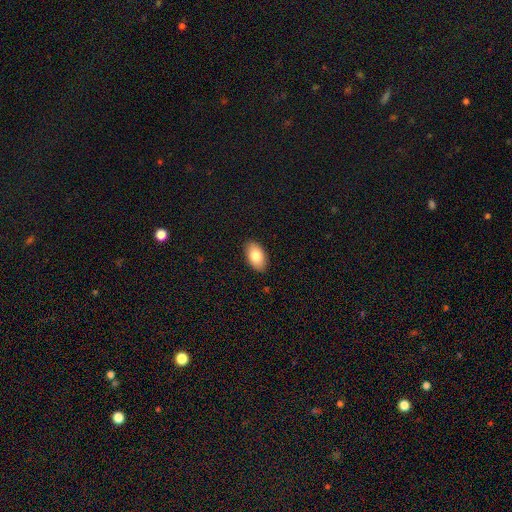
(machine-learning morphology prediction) This is clearly a smooth galaxy (81%). How rounded: clearly in between (93%). Merging: clearly none (88%).